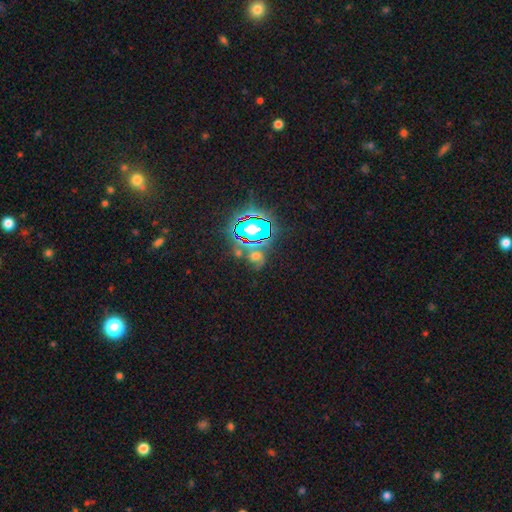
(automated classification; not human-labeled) Smooth or featured? Predicted: star or artifact (p=0.50).